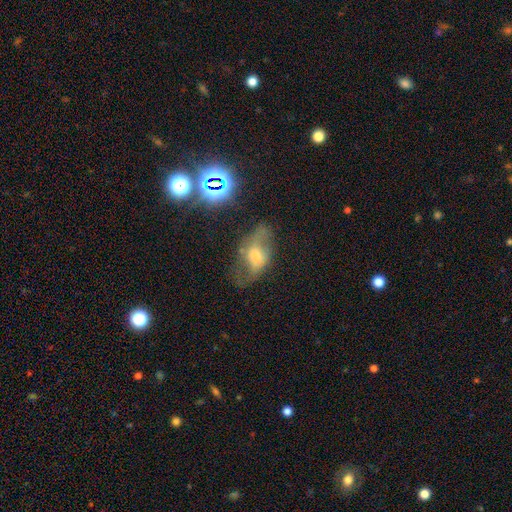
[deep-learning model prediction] This is possibly a featured or disk galaxy (52%). It is clearly not viewed edge-on (88%). Merging: possibly none (49%).